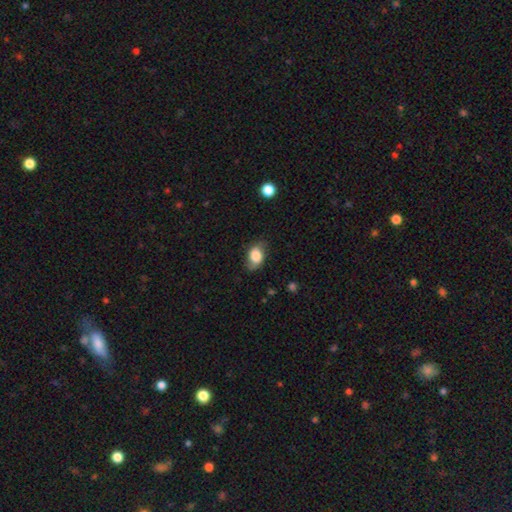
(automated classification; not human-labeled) Smooth or featured: smooth — 70% (featured or disk — 21%)
How rounded: in between — 80% (round — 18%)
Merging: none — 68% (minor disturbance — 24%)